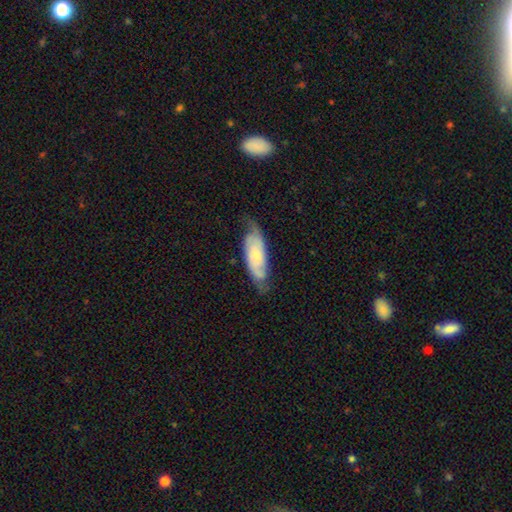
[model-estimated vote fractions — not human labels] This is likely a featured or disk galaxy (63%). It is clearly not viewed edge-on (88%). Bar: likely no (70%). Spiral arm pattern: clearly yes (91%). Spiral arm count: likely 2 (71%). Spiral winding: marginally tight (43%). Central bulge: likely small (62%). Merging: likely none (66%).